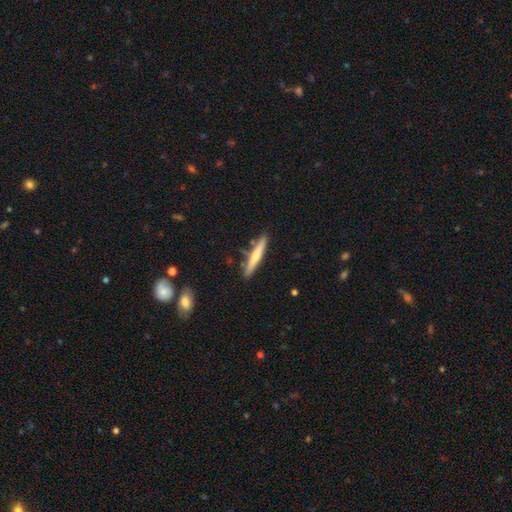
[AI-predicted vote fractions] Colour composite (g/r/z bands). It shows a smooth galaxy with no disk features (53%) that is cigar-shaped (92%). Merging: none (83%).